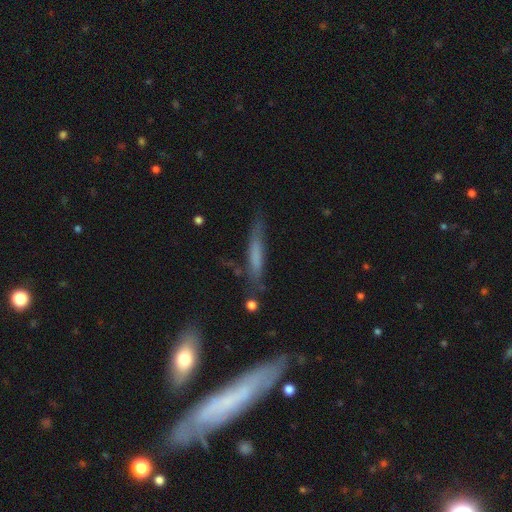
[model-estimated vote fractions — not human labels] smooth-or-featured: smooth: 55% | featured or disk: 37% | star or artifact: 8%
  how-rounded: cigar-shaped: 91% | in between: 7% | round: 2%
  merging: none: 72% | minor disturbance: 19% | major disturbance: 6% | merger: 4%